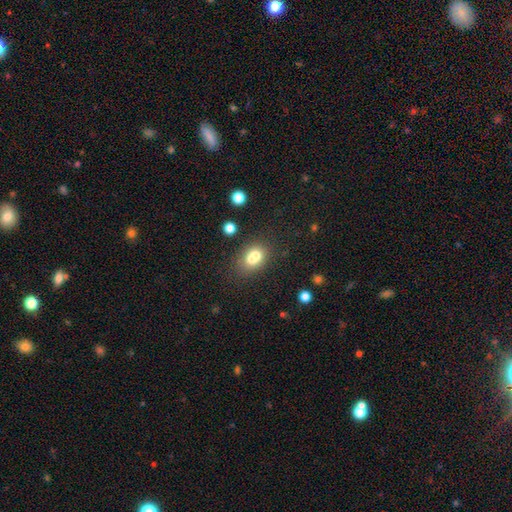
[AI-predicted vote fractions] smooth-or-featured: smooth: 69% | featured or disk: 20% | star or artifact: 11%
  how-rounded: in between: 54% | round: 45% | cigar-shaped: 1%
  merging: merger: 54% | none: 34% | minor disturbance: 9% | major disturbance: 4%